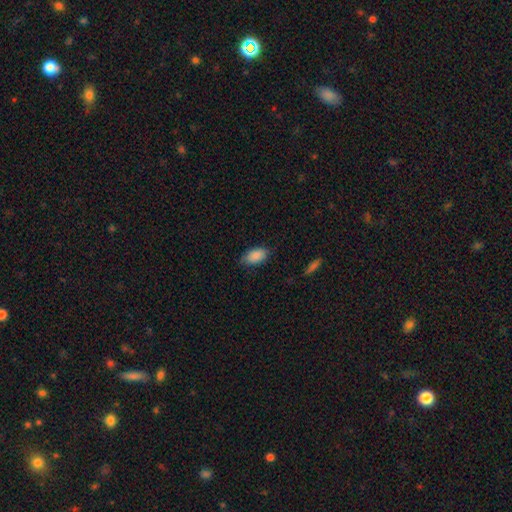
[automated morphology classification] Smooth or featured?
  - smooth: 88% *
  - star or artifact: 7%
  - featured or disk: 5%
How rounded?
  - in between: 93% *
  - round: 4%
  - cigar-shaped: 4%
Merging?
  - none: 77% *
  - minor disturbance: 19%
  - major disturbance: 3%
  - merger: 1%